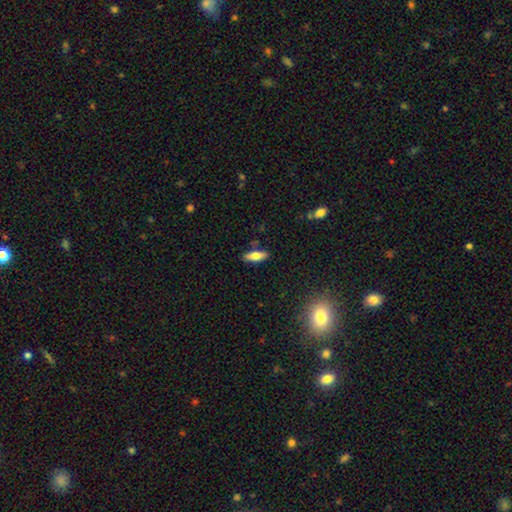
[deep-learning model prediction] Smooth or featured? smooth (66%)
How rounded? in between (62%)
Merging? none (85%)